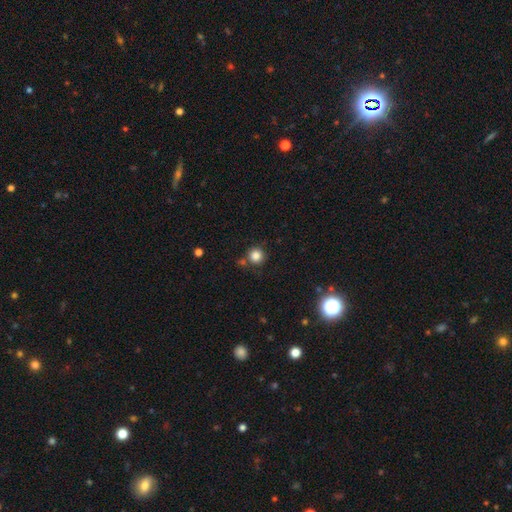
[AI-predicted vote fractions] Smooth or featured: smooth — 84% (star or artifact — 12%)
How rounded: round — 95% (in between — 4%)
Merging: none — 78% (merger — 10%)